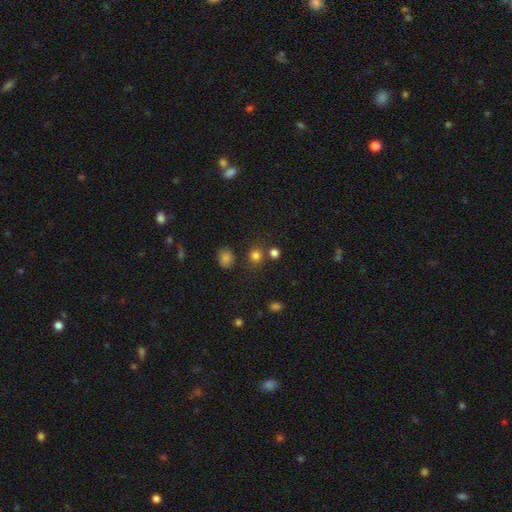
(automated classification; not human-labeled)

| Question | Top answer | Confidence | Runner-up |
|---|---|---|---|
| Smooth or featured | smooth | 79% | star or artifact (16%) |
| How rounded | round | 85% | in between (15%) |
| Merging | none | 73% | merger (13%) |